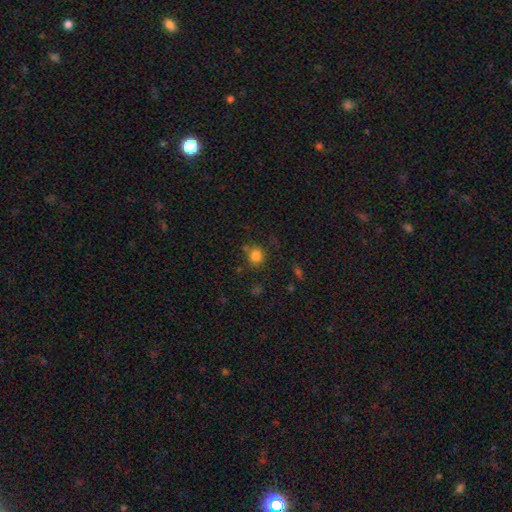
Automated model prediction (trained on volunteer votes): A smooth galaxy with no disk features (82%) that is round (85%).

Vote fractions:
- Smooth or featured? smooth: 82% / star or artifact: 13% / featured or disk: 6%
- How rounded? round: 85% / in between: 14% / cigar-shaped: 1%
- Merging? none: 74% / minor disturbance: 13% / merger: 8% / major disturbance: 5%